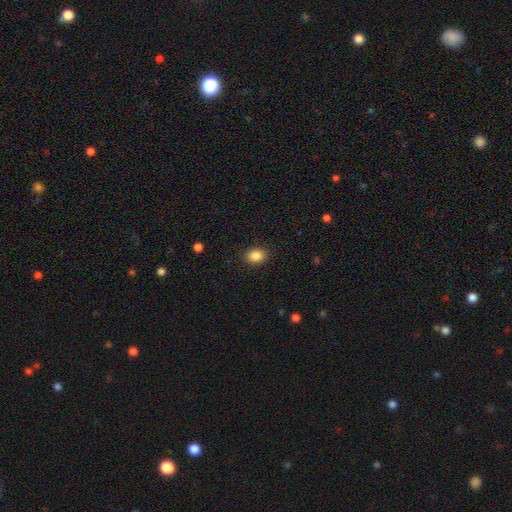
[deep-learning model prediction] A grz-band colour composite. It shows a smooth galaxy with no disk features (87%) that is in between round and cigar-shaped (63%). Merging: none (88%).